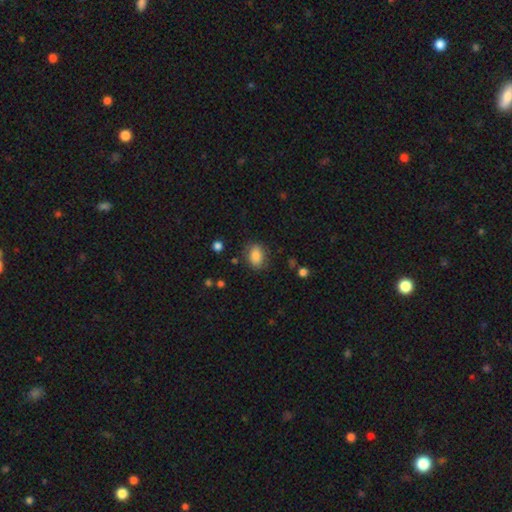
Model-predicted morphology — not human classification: smooth-or-featured: smooth: 83% | featured or disk: 8% | star or artifact: 8%
  how-rounded: in between: 73% | round: 26% | cigar-shaped: 1%
  merging: none: 78% | minor disturbance: 15% | major disturbance: 5% | merger: 2%